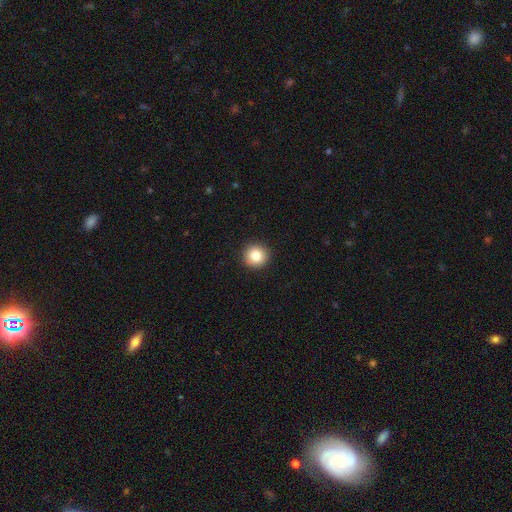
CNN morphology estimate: This appears to be a smooth galaxy with no disk features (85%) that is round (94%). Merging: none (92%).